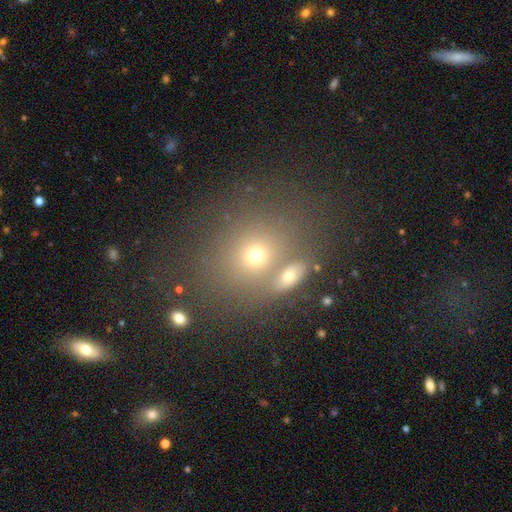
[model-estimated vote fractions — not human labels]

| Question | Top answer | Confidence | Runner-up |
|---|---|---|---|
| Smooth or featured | smooth | 65% | star or artifact (19%) |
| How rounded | round | 66% | in between (32%) |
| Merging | none | 58% | merger (25%) |